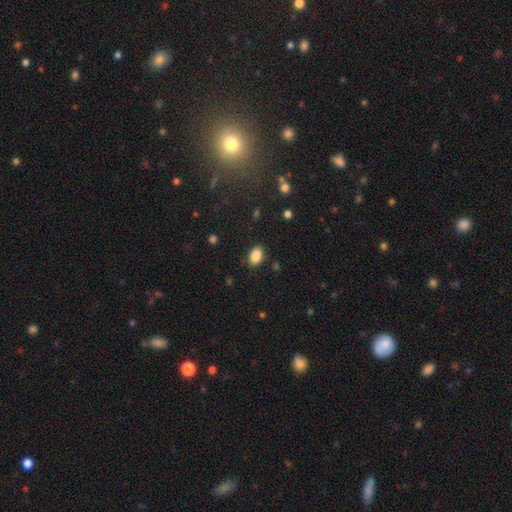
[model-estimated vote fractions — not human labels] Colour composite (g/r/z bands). It shows a smooth galaxy with no disk features (87%) that is in between round and cigar-shaped (78%). Merging: none (86%).